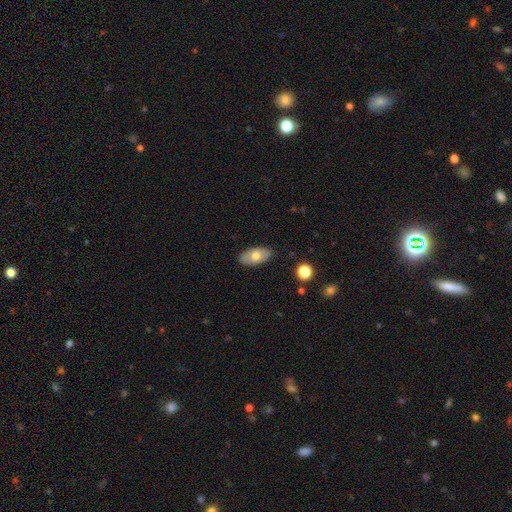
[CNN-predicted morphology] Smooth or featured? Predicted: smooth (p=0.63). How rounded? Predicted: in between (p=0.92). Merging? Predicted: none (p=0.84).